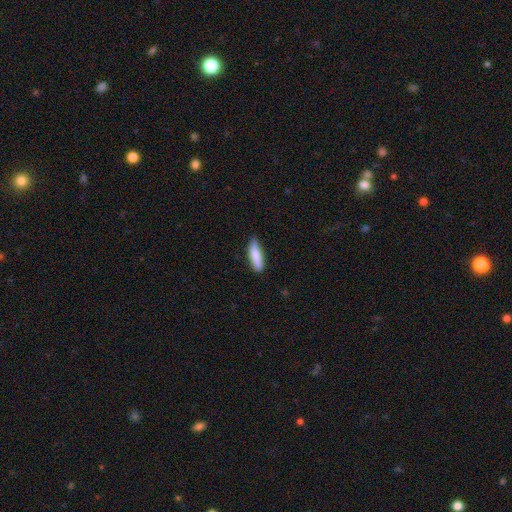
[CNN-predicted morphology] smooth 81%, featured or disk 13%, star or artifact 6%. Down the decision tree: how rounded — cigar-shaped (59%); merging — none (82%).